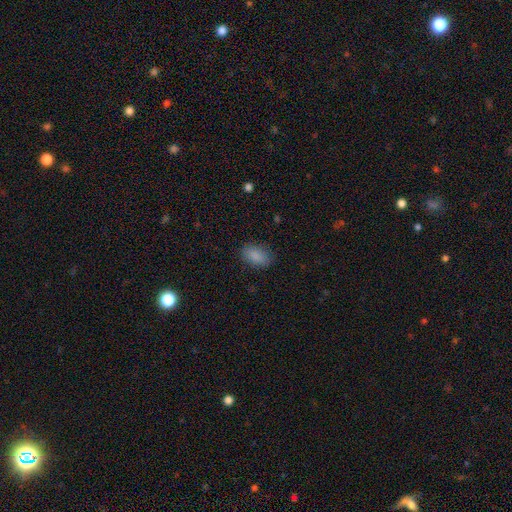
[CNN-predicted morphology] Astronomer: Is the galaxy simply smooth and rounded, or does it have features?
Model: smooth — 88%.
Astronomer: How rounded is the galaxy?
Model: in between — 90%.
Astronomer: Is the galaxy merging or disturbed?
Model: none — 84%.